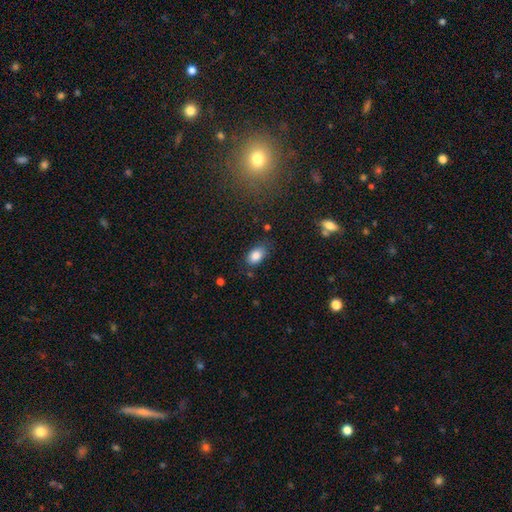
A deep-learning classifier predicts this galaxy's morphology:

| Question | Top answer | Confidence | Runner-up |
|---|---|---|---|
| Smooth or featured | smooth | 85% | star or artifact (9%) |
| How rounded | in between | 89% | round (9%) |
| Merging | none | 76% | minor disturbance (18%) |